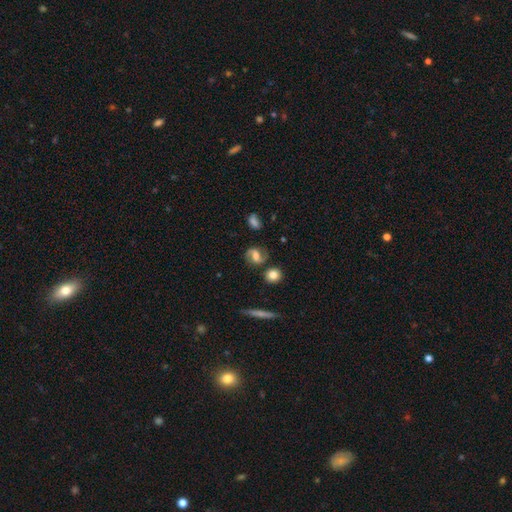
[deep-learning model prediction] Smooth or featured: featured or disk — 74% (smooth — 18%)
Edge-on disk: no — 96% (yes — 4%)
Bar: weak — 43% (strong — 30%)
Spiral arms: yes — 93% (no — 7%)
Spiral winding: medium — 48% (loose — 36%)
Spiral arm count: 2 — 92% (can't tell — 3%)
Bulge size: moderate — 51% (small — 19%)
Merging: none — 78% (minor disturbance — 13%)